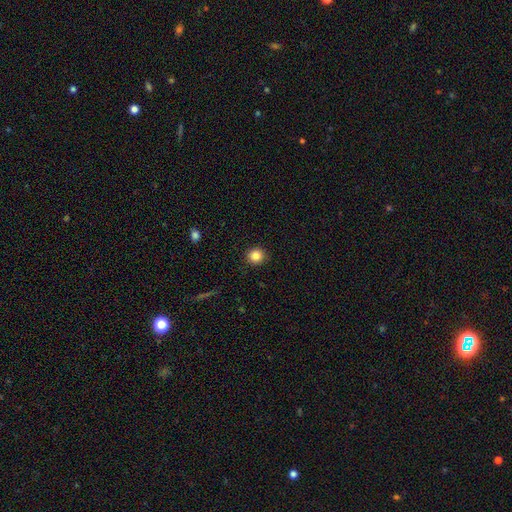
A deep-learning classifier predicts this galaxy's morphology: A smooth galaxy with no disk features (83%) that is round (93%). Merging: none (92%).